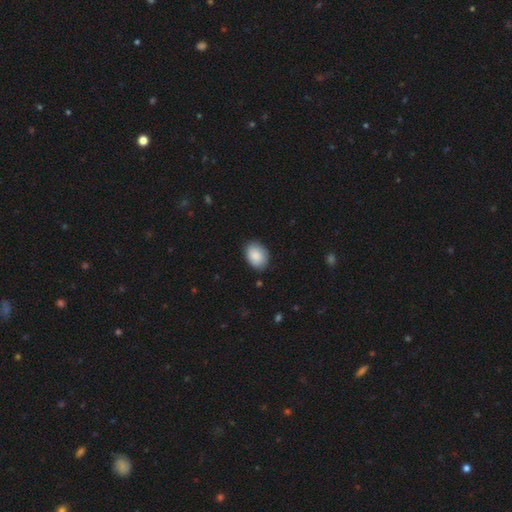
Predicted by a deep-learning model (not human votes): Q: Smooth or featured?
A: smooth (88%); runner-up: star or artifact (6%)
Q: How rounded?
A: in between (81%); runner-up: round (18%)
Q: Merging?
A: none (84%); runner-up: minor disturbance (12%)